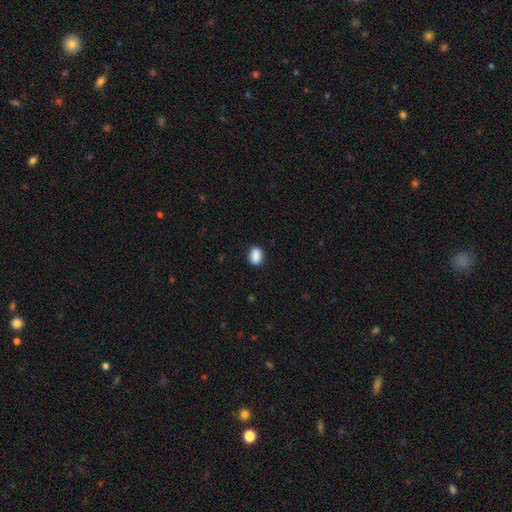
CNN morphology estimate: A smooth galaxy with no disk features (88%) that is in between round and cigar-shaped (72%). Merging: none (87%).